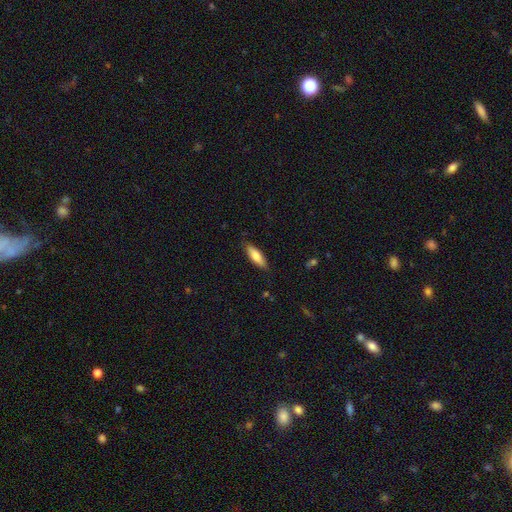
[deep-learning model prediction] Smooth or featured? smooth (75%)
How rounded? in between (51%)
Merging? none (84%)